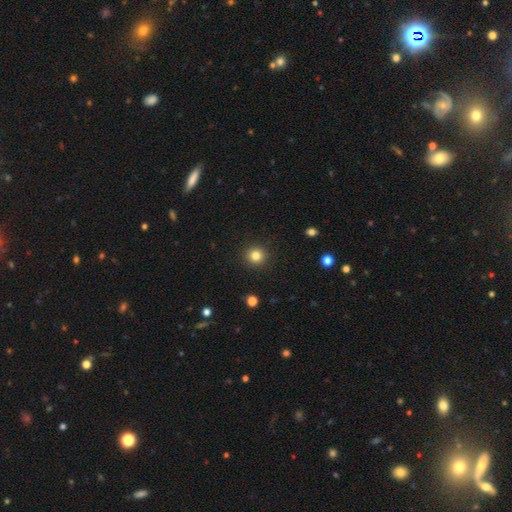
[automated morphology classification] Q: Smooth or featured?
A: smooth (82%); runner-up: star or artifact (12%)
Q: How rounded?
A: round (93%); runner-up: in between (6%)
Q: Merging?
A: none (92%); runner-up: minor disturbance (5%)